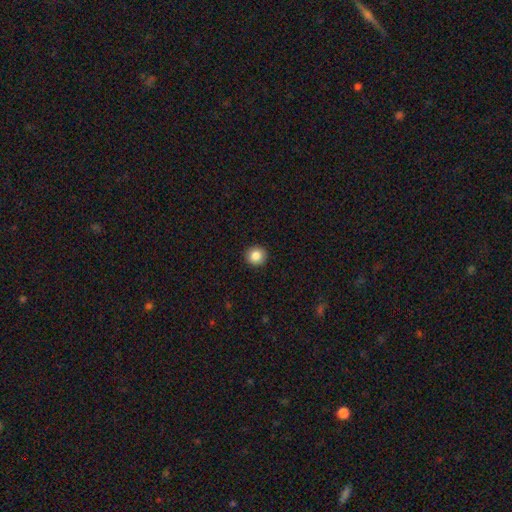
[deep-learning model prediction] Q: Smooth or featured?
A: smooth (86%); runner-up: star or artifact (9%)
Q: How rounded?
A: round (93%); runner-up: in between (6%)
Q: Merging?
A: none (93%); runner-up: minor disturbance (5%)